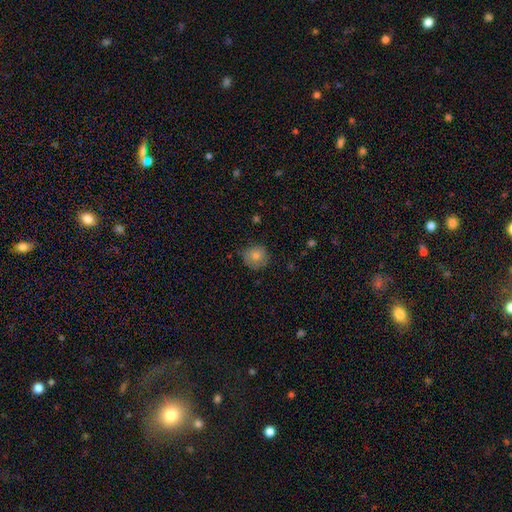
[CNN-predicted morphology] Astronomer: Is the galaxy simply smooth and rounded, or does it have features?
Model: smooth — 80%.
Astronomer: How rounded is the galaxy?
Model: round — 88%.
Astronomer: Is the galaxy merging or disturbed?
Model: none — 76%.